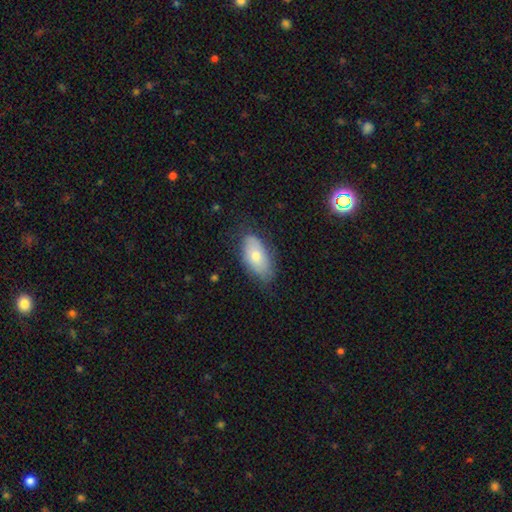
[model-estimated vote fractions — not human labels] Smooth or featured? smooth (67%)
How rounded? in between (92%)
Merging? none (70%)